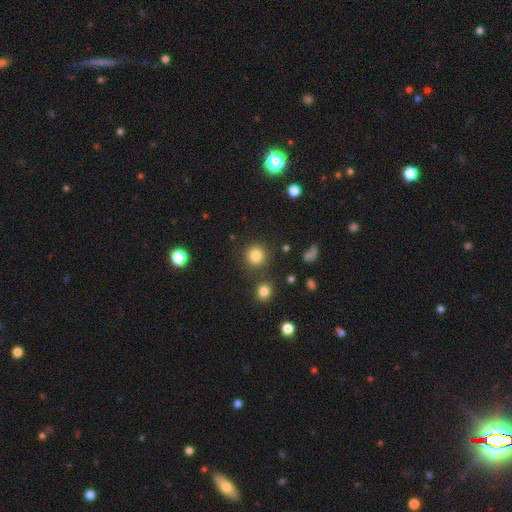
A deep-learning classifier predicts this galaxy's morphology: Overall: smooth (83%). How rounded: round (92%). Merging: none (83%).